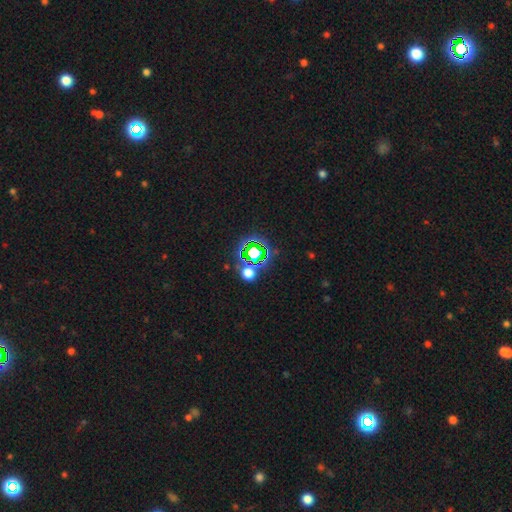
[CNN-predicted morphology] The model was most divided on "smooth or featured": star or artifact: 65%, smooth: 24%, featured or disk: 10%.